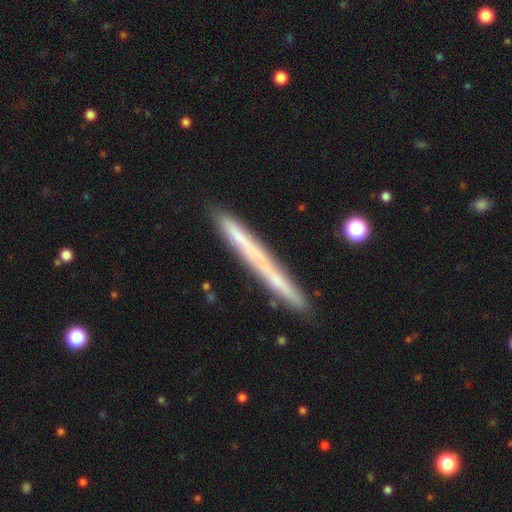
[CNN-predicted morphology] featured or disk 48%, smooth 45%, star or artifact 8%. Down the decision tree: merging — none (87%).